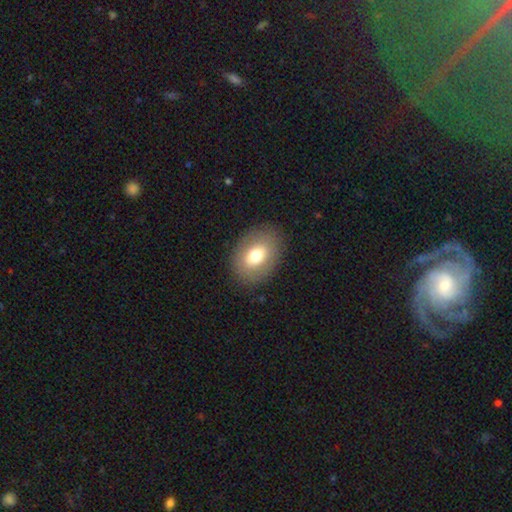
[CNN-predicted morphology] Smooth or featured? Predicted: smooth (p=0.69). How rounded? Predicted: in between (p=0.74). Merging? Predicted: none (p=0.86).